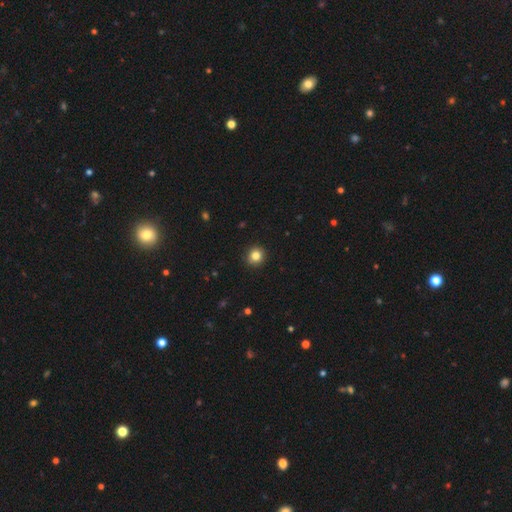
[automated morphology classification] smooth_or_featured: smooth (p=0.83) [alt: star or artifact p=0.11]
how_rounded: round (p=0.90) [alt: in between p=0.09]
merging: none (p=0.91) [alt: minor disturbance p=0.06]